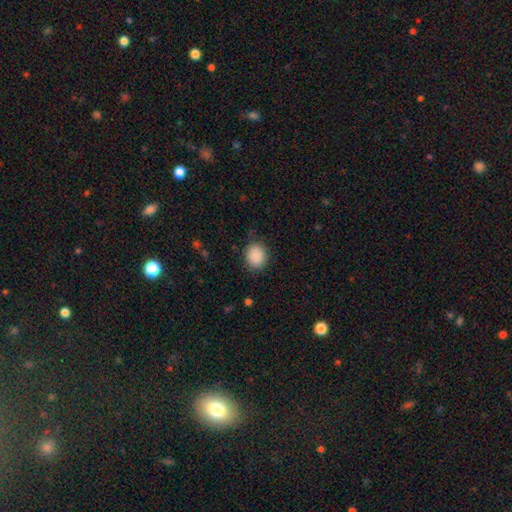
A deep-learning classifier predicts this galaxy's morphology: Overall: smooth (89%). How rounded: round (64%; in between 35%). Merging: none (84%).